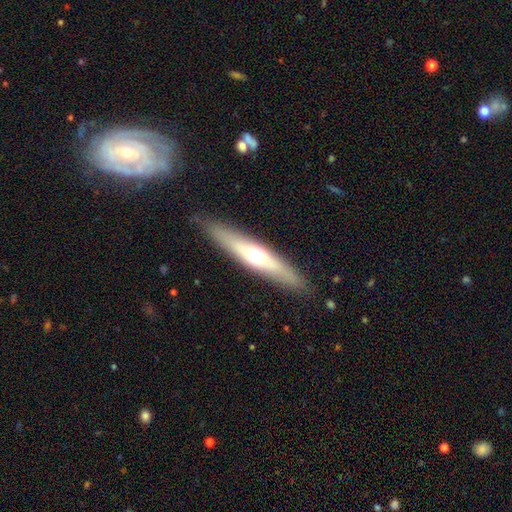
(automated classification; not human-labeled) smooth-or-featured: featured or disk: 51% | smooth: 43% | star or artifact: 6%
  disk-edge-on: yes: 81% | no: 19%
  merging: none: 88% | minor disturbance: 9% | major disturbance: 2% | merger: 1%